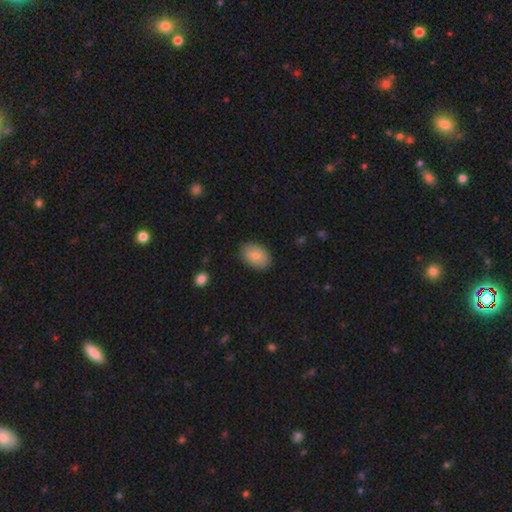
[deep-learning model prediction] This is likely a smooth galaxy (80%). How rounded: clearly in between (85%). Merging: clearly none (85%).